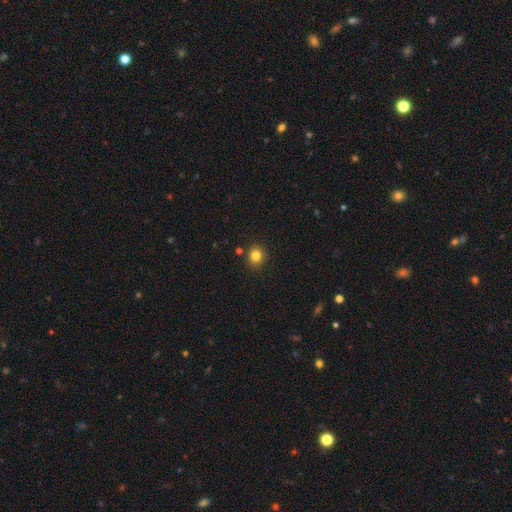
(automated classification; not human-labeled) Smooth or featured: smooth — 82% (star or artifact — 12%)
How rounded: round — 86% (in between — 13%)
Merging: none — 88% (minor disturbance — 7%)